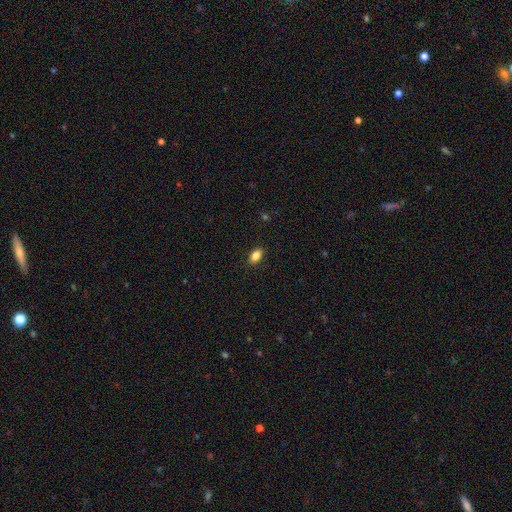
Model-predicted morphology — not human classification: Smooth or featured? smooth (85%)
How rounded? in between (88%)
Merging? none (88%)